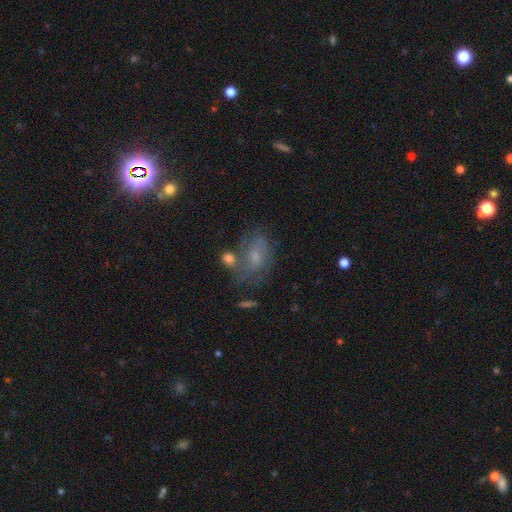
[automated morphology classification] Smooth or featured?
  - featured or disk: 47% *
  - smooth: 37%
  - star or artifact: 16%
Merging?
  - none: 50% *
  - minor disturbance: 22%
  - major disturbance: 15%
  - merger: 12%